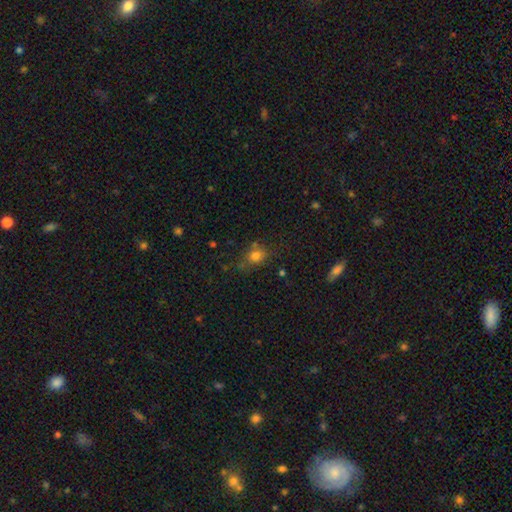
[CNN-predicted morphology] smooth_or_featured: smooth (p=0.76) [alt: star or artifact p=0.15]
how_rounded: round (p=0.58) [alt: in between p=0.40]
merging: none (p=0.66) [alt: minor disturbance p=0.20]